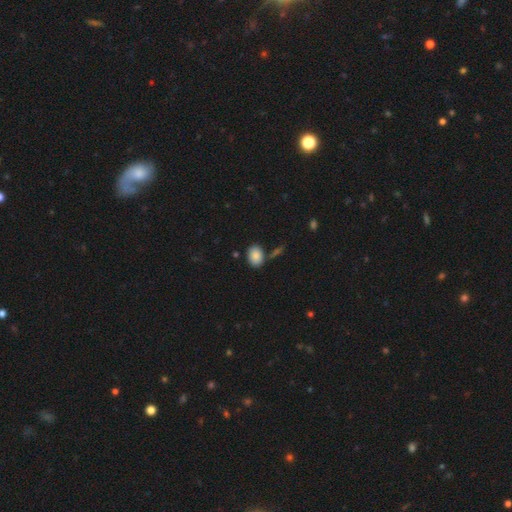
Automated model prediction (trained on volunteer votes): A smooth galaxy with no disk features (86%) that is in between round and cigar-shaped (77%). Merging: none (77%).